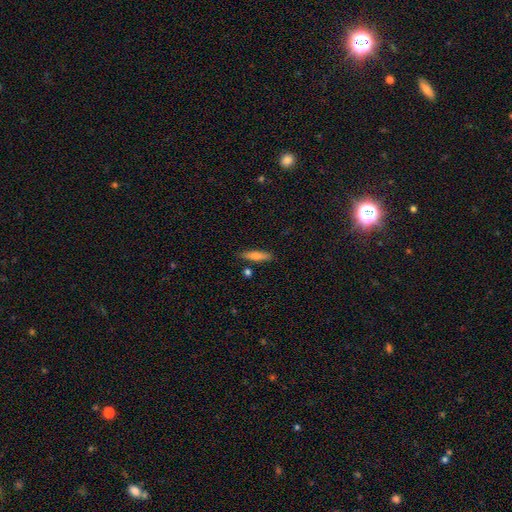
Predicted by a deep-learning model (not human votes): Q: Smooth or featured?
A: smooth (65%); runner-up: featured or disk (28%)
Q: How rounded?
A: cigar-shaped (76%); runner-up: in between (22%)
Q: Merging?
A: none (83%); runner-up: minor disturbance (11%)